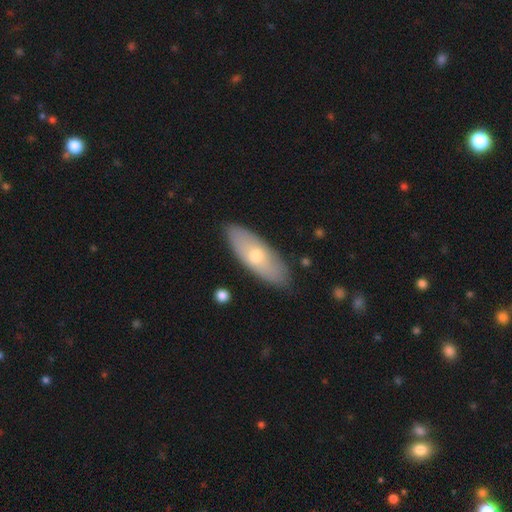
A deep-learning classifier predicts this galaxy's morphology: A smooth galaxy with no disk features (60%) that is in between round and cigar-shaped (69%). Merging: none (86%).